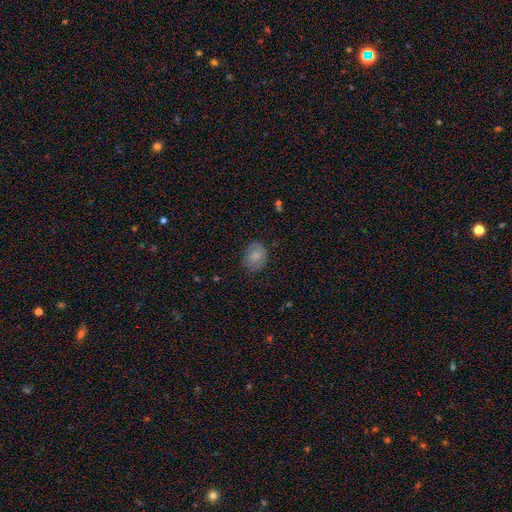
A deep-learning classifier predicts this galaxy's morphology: Smooth or featured? Predicted: smooth (p=0.80). How rounded? Predicted: in between (p=0.54). Merging? Predicted: none (p=0.71).